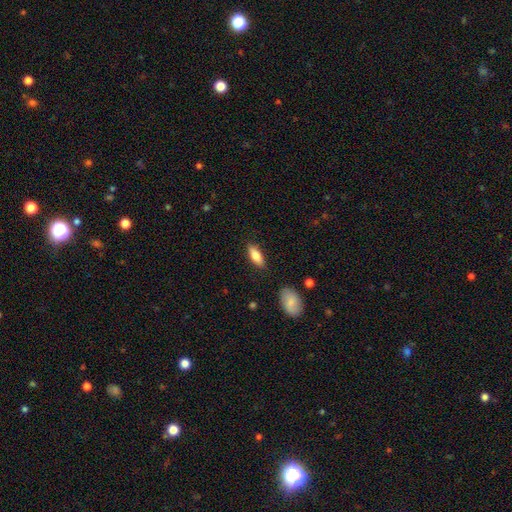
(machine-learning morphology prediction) A smooth galaxy with no disk features (76%) that is in between round and cigar-shaped (72%). Merging: none (86%).